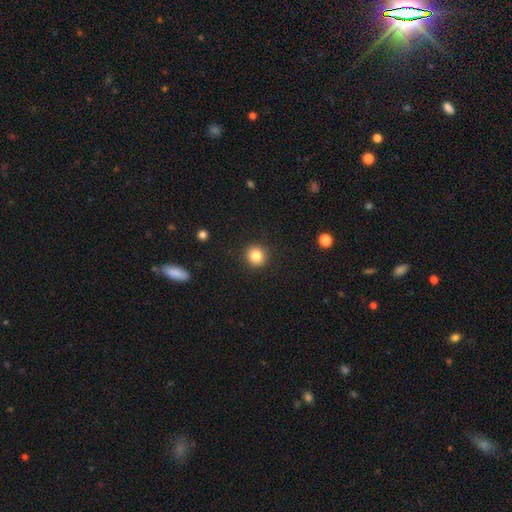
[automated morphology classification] Smooth or featured?
  - smooth: 83% *
  - star or artifact: 11%
  - featured or disk: 6%
How rounded?
  - round: 94% *
  - in between: 5%
  - cigar-shaped: 1%
Merging?
  - none: 92% *
  - minor disturbance: 5%
  - major disturbance: 2%
  - merger: 1%